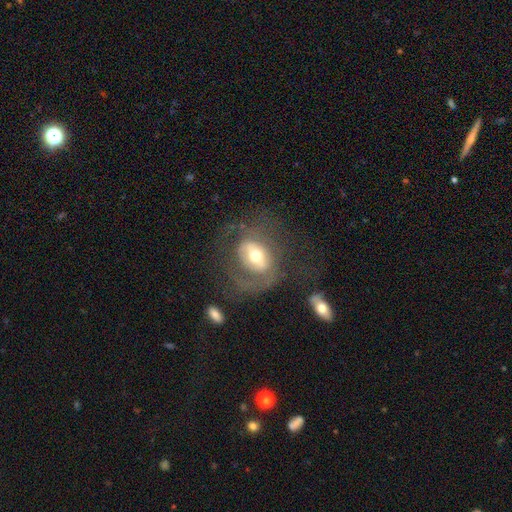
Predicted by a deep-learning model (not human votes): smooth_or_featured: featured or disk (p=0.65) [alt: smooth p=0.28]
disk_edge_on: no (p=0.94) [alt: yes p=0.06]
bar: no (p=0.36) [alt: weak p=0.35]
has_spiral_arms: yes (p=0.63) [alt: no p=0.37]
bulge_size: moderate (p=0.68) [alt: small p=0.17]
merging: none (p=0.46) [alt: major disturbance p=0.33]